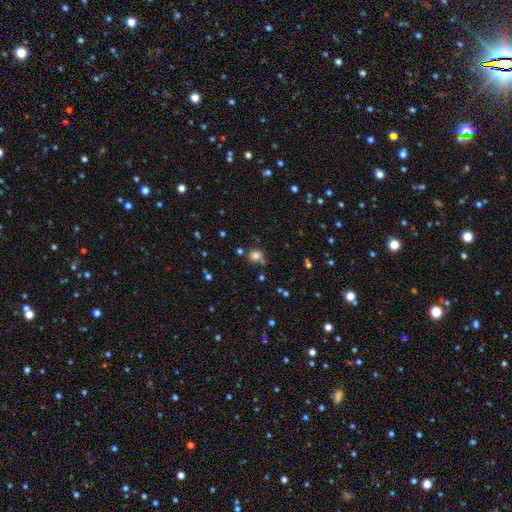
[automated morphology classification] Q: Smooth or featured?
A: smooth (78%); runner-up: star or artifact (16%)
Q: How rounded?
A: round (84%); runner-up: in between (15%)
Q: Merging?
A: none (71%); runner-up: minor disturbance (14%)